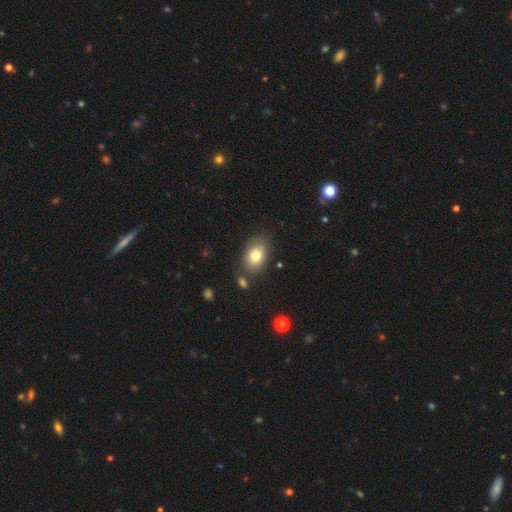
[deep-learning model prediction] smooth 79%, featured or disk 12%, star or artifact 9%. Down the decision tree: how rounded — in between (82%); merging — none (75%).